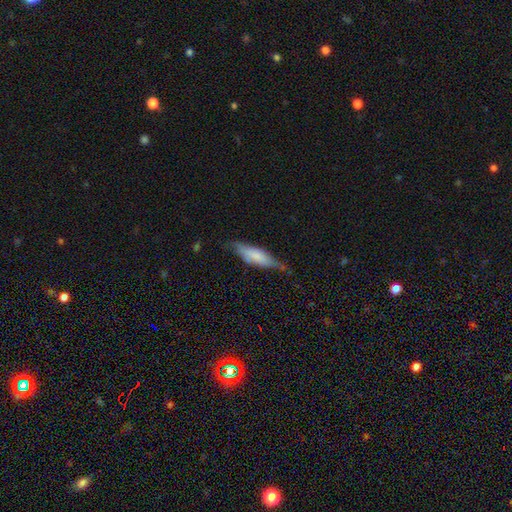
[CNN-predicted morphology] This appears to be a smooth galaxy with no disk features (60%) that is cigar-shaped (55%). Merging: none (59%).